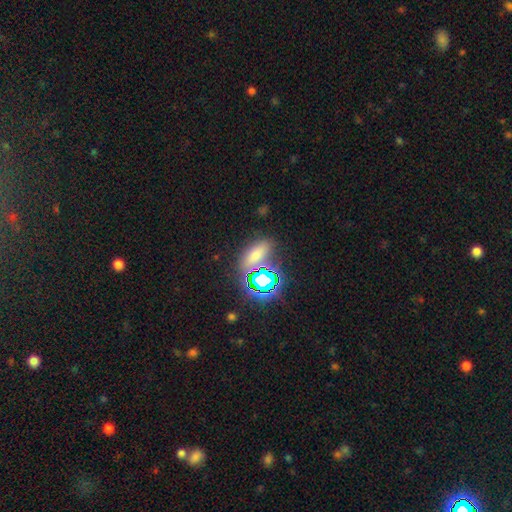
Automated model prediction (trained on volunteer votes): Smooth or featured? Predicted: smooth (p=0.56). How rounded? Predicted: in between (p=0.75). Merging? Predicted: none (p=0.76).